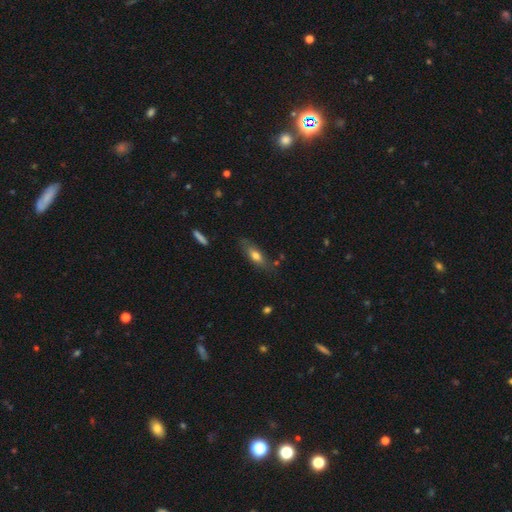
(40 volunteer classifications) Smooth or featured: smooth — 62% (featured or disk — 30%)
How rounded: in between — 60% (cigar-shaped — 28%)
Merging: none — 78% (minor disturbance — 22%)